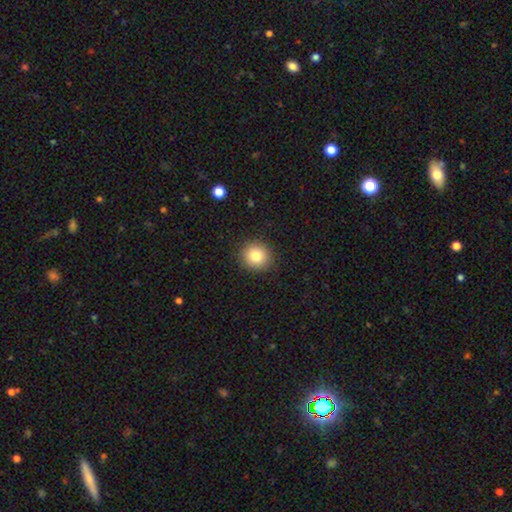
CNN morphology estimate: The model was most divided on "smooth or featured": smooth: 82%, star or artifact: 10%, featured or disk: 8%. More confident: merging — none (91%); how rounded — round (90%).